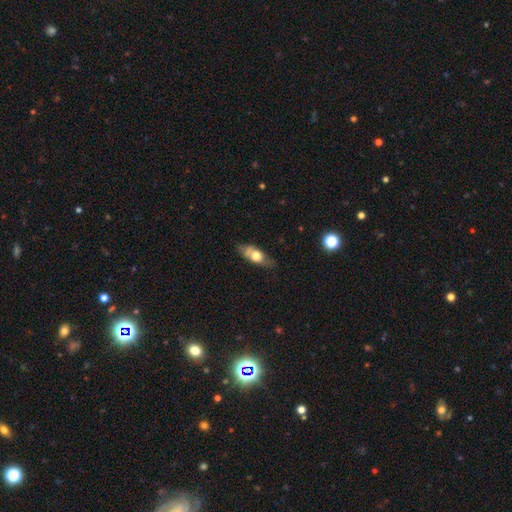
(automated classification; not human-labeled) smooth-or-featured: smooth: 56% | featured or disk: 37% | star or artifact: 8%
  how-rounded: in between: 70% | cigar-shaped: 22% | round: 8%
  merging: none: 63% | minor disturbance: 25% | major disturbance: 9% | merger: 3%